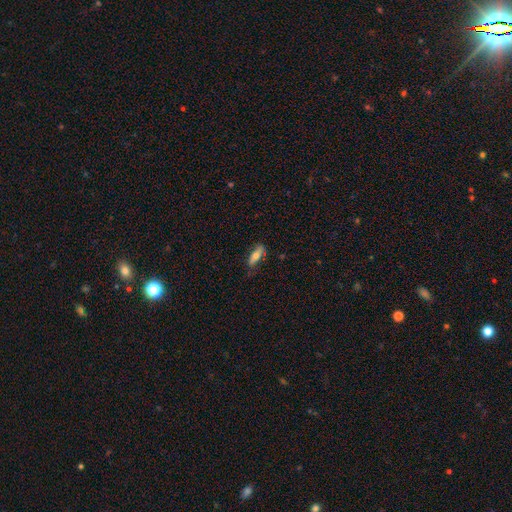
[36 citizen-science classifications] Q: Smooth or featured?
A: smooth (58%); runner-up: featured or disk (42%)
Q: How rounded?
A: in between (52%); runner-up: cigar-shaped (48%)
Q: Merging?
A: none (78%); runner-up: minor disturbance (19%)